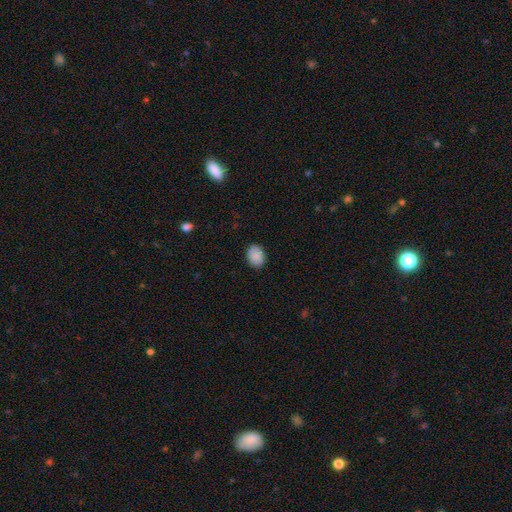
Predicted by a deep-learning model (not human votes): Smooth or featured?
  - smooth: 90% *
  - star or artifact: 7%
  - featured or disk: 3%
How rounded?
  - in between: 68% *
  - round: 31%
  - cigar-shaped: 1%
Merging?
  - none: 86% *
  - minor disturbance: 11%
  - major disturbance: 2%
  - merger: 1%